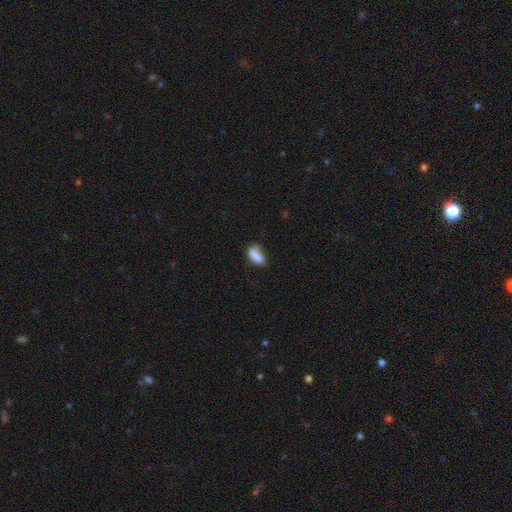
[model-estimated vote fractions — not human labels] Q: Smooth or featured?
A: smooth (79%); runner-up: featured or disk (12%)
Q: How rounded?
A: in between (83%); runner-up: cigar-shaped (11%)
Q: Merging?
A: none (43%); runner-up: minor disturbance (24%)